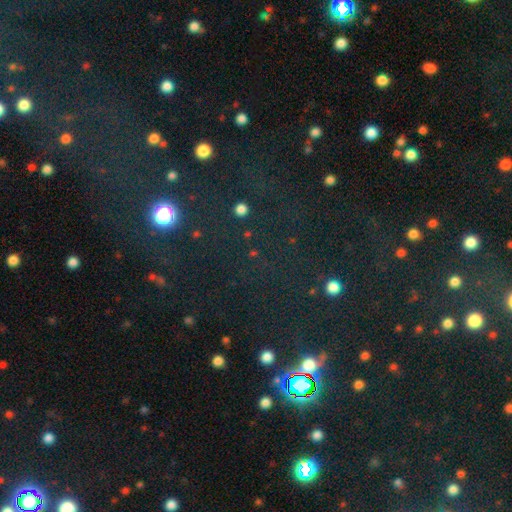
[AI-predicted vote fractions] Smooth or featured: star or artifact — 71% (smooth — 20%)